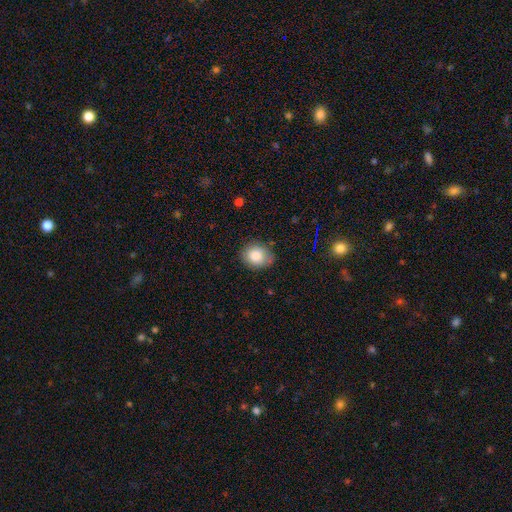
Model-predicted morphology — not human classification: A smooth galaxy with no disk features (83%) that is round (55%). Merging: none (80%).